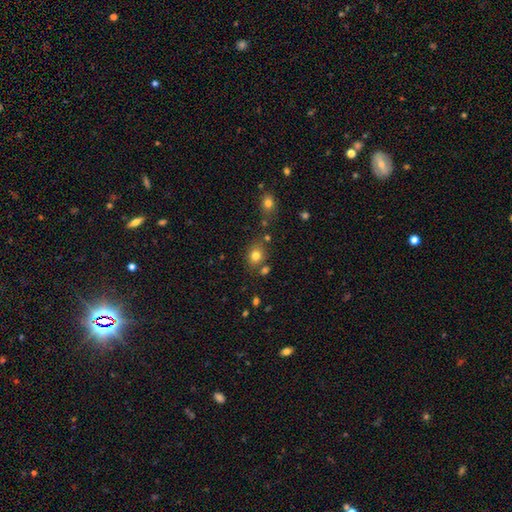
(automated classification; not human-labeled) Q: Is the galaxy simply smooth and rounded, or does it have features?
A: smooth — 79%.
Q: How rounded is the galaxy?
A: round — 62%.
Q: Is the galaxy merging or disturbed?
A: none — 70%.